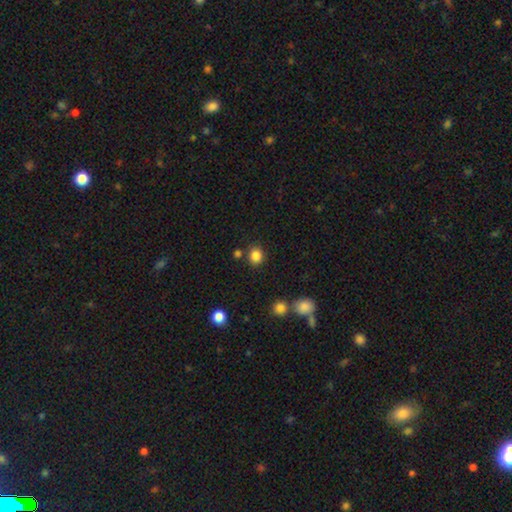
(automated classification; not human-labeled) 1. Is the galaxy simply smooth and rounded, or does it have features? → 84% smooth, 11% star or artifact, 4% featured or disk.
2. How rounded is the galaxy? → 78% round, 21% in between, 1% cigar-shaped.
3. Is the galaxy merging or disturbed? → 81% none, 9% minor disturbance, 7% merger, 3% major disturbance.